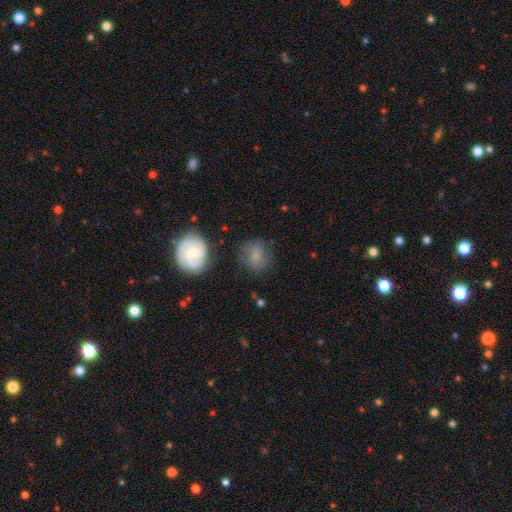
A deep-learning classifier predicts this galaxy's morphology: A smooth galaxy with no disk features (72%) that is round (71%).

Vote fractions:
- Smooth or featured? smooth: 72% / featured or disk: 19% / star or artifact: 10%
- How rounded? round: 71% / in between: 27% / cigar-shaped: 1%
- Merging? none: 69% / minor disturbance: 19% / major disturbance: 8% / merger: 4%